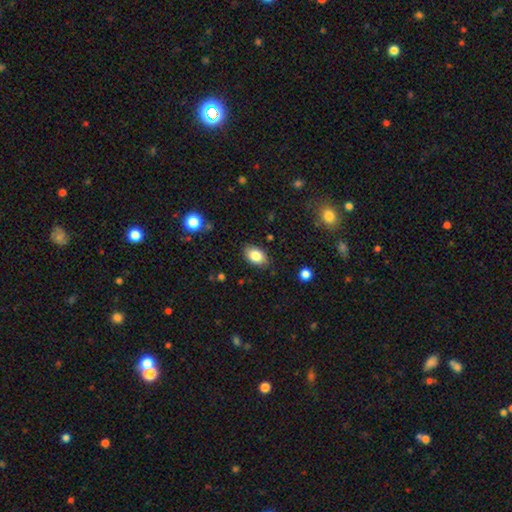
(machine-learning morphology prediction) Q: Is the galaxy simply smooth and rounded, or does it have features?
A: smooth — 83%.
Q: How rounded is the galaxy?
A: in between — 86%.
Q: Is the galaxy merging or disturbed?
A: none — 84%.